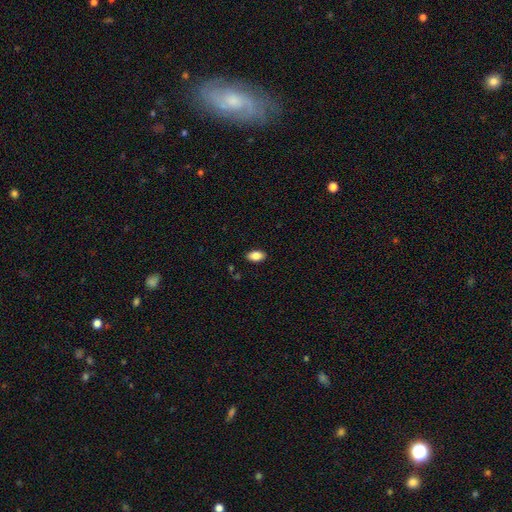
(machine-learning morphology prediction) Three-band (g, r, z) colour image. It shows a smooth galaxy with no disk features (86%) that is in between round and cigar-shaped (93%). Merging: none (89%).